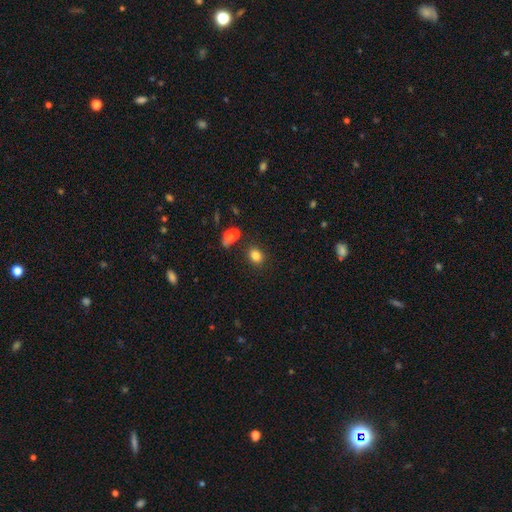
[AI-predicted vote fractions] Smooth or featured?
  - smooth: 80% *
  - star or artifact: 13%
  - featured or disk: 7%
How rounded?
  - in between: 53% *
  - round: 46%
  - cigar-shaped: 1%
Merging?
  - none: 80% *
  - minor disturbance: 10%
  - merger: 7%
  - major disturbance: 3%